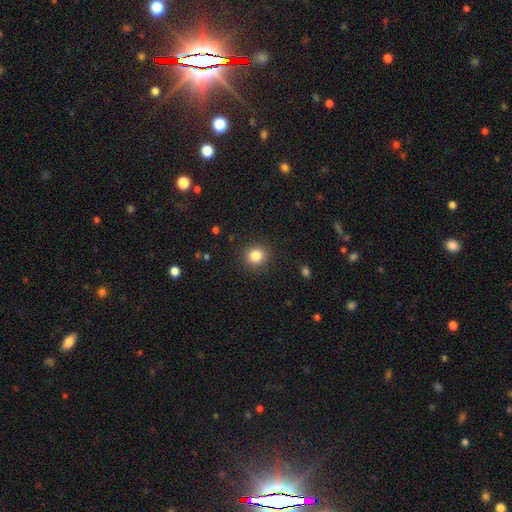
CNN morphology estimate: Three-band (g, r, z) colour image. It shows a smooth galaxy with no disk features (84%) that is round (89%). Merging: none (90%).